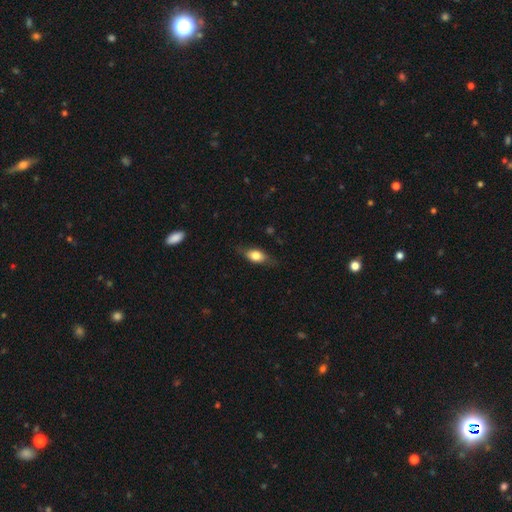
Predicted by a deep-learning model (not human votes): smooth_or_featured: smooth (p=0.70) [alt: featured or disk p=0.23]
how_rounded: in between (p=0.78) [alt: cigar-shaped p=0.14]
merging: none (p=0.74) [alt: minor disturbance p=0.20]